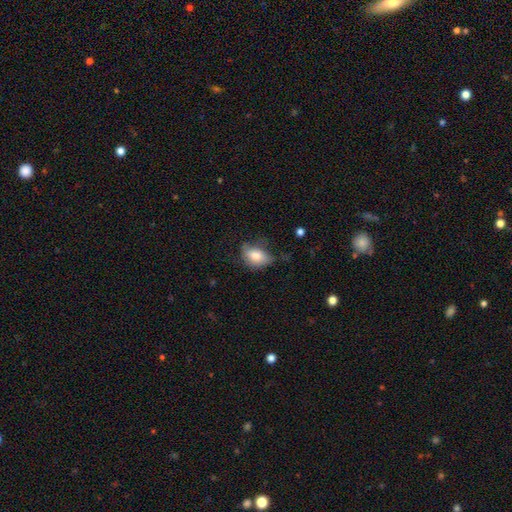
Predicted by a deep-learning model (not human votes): This appears to be a smooth galaxy with no disk features (77%) that is in between round and cigar-shaped (82%). Merging: none (46%).